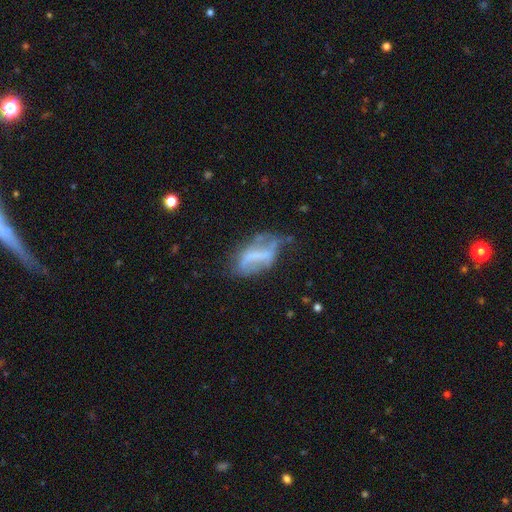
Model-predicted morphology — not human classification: featured or disk 57%, smooth 32%, star or artifact 11%. Down the decision tree: edge-on disk — no (88%); merging — none (37%).